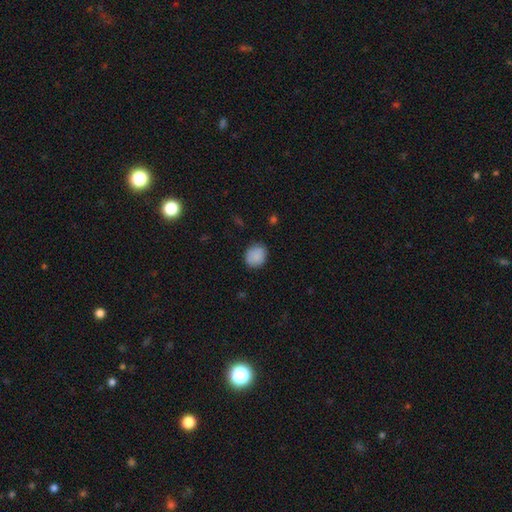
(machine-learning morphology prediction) Smooth or featured? Predicted: smooth (p=0.88). How rounded? Predicted: round (p=0.66). Merging? Predicted: none (p=0.82).